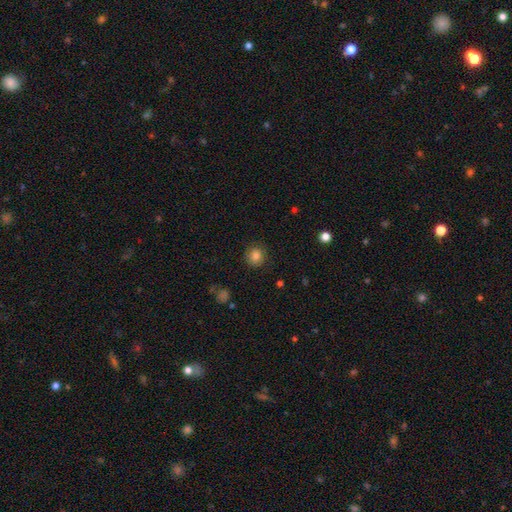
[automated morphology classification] smooth 83%, star or artifact 11%, featured or disk 6%. Down the decision tree: how rounded — round (89%); merging — none (87%).